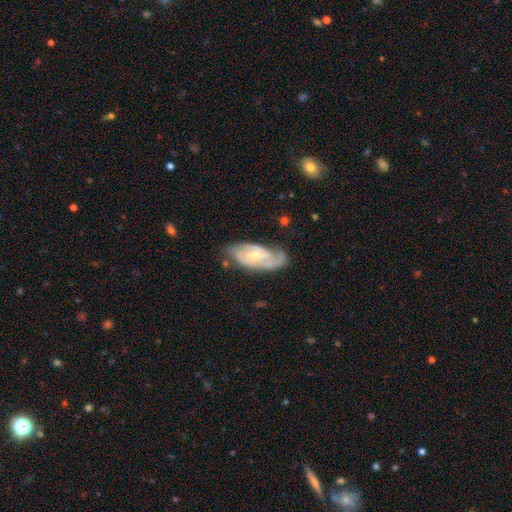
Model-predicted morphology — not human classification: Overall: featured or disk (82%). Edge-on disk: no (94%). Bar: no (49%; weak 40%). Spiral arms: yes (94%). Spiral arm count: 2 (66%). Spiral winding: tight (49%; medium 40%). Bulge size: small (56%; moderate 40%). Merging: none (65%).